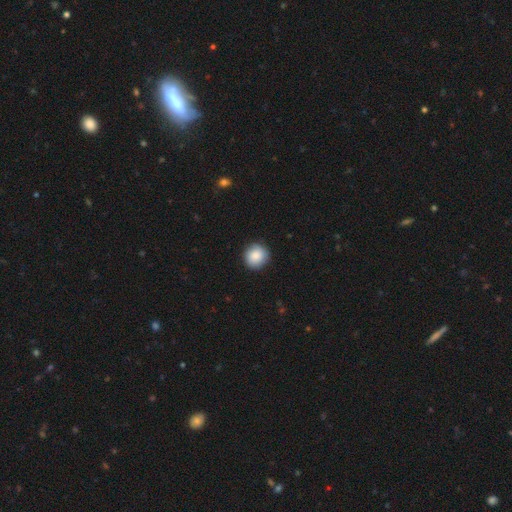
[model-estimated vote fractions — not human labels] A smooth galaxy with no disk features (87%) that is round (90%).

Vote fractions:
- Smooth or featured? smooth: 87% / star or artifact: 7% / featured or disk: 5%
- How rounded? round: 90% / in between: 9% / cigar-shaped: 1%
- Merging? none: 89% / minor disturbance: 8% / major disturbance: 2% / merger: 1%